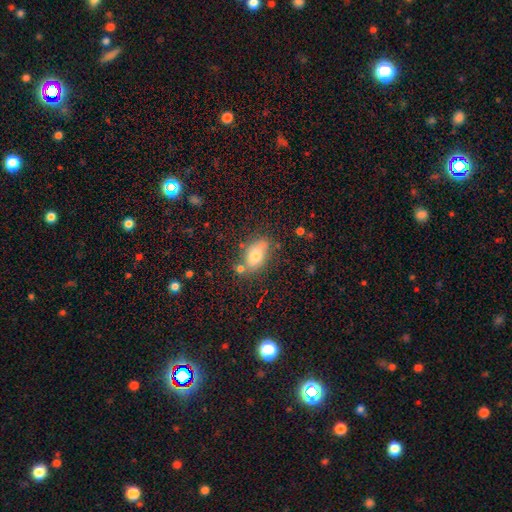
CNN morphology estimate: smooth-or-featured: smooth: 74% | featured or disk: 17% | star or artifact: 10%
  how-rounded: in between: 86% | round: 9% | cigar-shaped: 4%
  merging: none: 68% | minor disturbance: 17% | merger: 10% | major disturbance: 5%